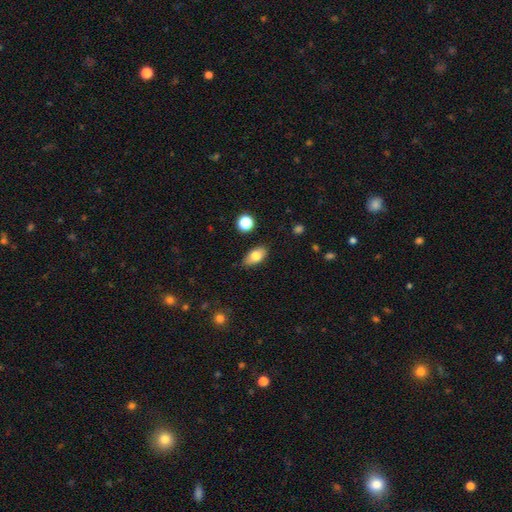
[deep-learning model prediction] Overall: smooth (80%). How rounded: in between (89%). Merging: none (82%).